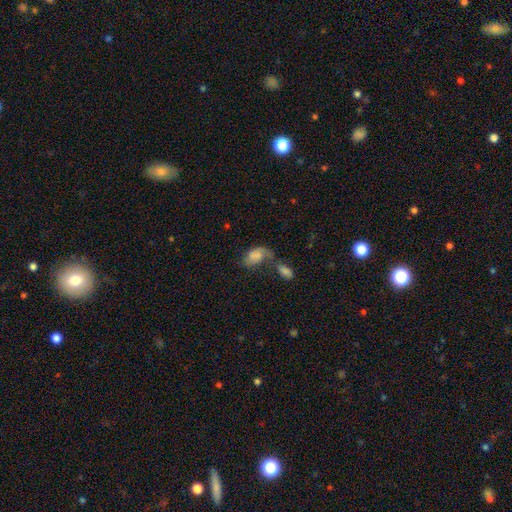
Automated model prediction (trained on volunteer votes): This is likely a smooth galaxy (60%). How rounded: clearly in between (90%). Merging: possibly merger (50%).